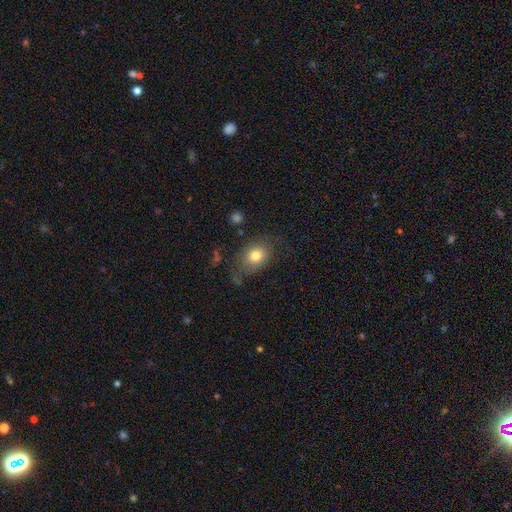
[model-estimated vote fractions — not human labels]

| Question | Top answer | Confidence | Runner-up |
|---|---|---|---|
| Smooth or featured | smooth | 77% | featured or disk (13%) |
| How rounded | in between | 61% | round (38%) |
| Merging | none | 64% | minor disturbance (23%) |